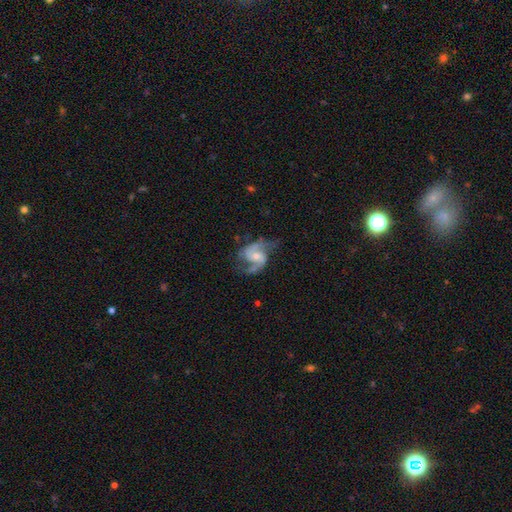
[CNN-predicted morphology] Smooth or featured? featured or disk (86%)
Edge-on disk? no (98%)
Bar? no (46%)
Spiral arms? yes (96%)
Spiral winding? medium (51%)
Spiral arm count? 2 (89%)
Bulge size? moderate (47%)
Merging? none (62%)